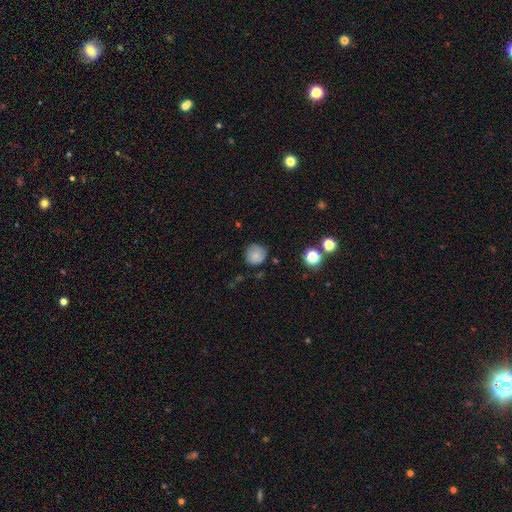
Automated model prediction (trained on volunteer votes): smooth-or-featured: smooth: 77% | featured or disk: 13% | star or artifact: 10%
  how-rounded: round: 90% | in between: 9% | cigar-shaped: 1%
  merging: none: 75% | minor disturbance: 19% | major disturbance: 4% | merger: 2%